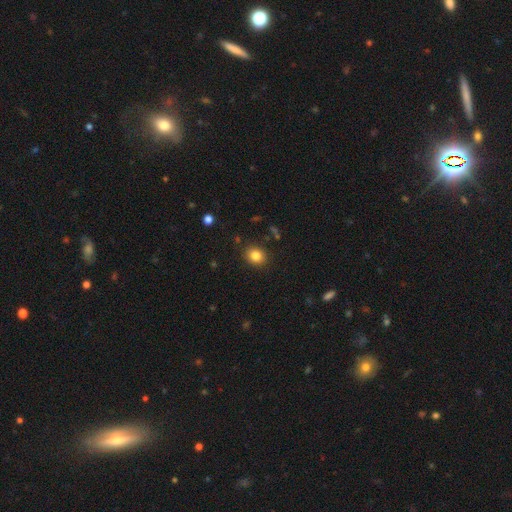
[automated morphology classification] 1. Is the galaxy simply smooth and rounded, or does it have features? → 83% smooth, 11% star or artifact, 6% featured or disk.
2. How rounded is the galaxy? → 66% round, 33% in between, 1% cigar-shaped.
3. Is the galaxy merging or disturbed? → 88% none, 8% minor disturbance, 2% major disturbance, 1% merger.